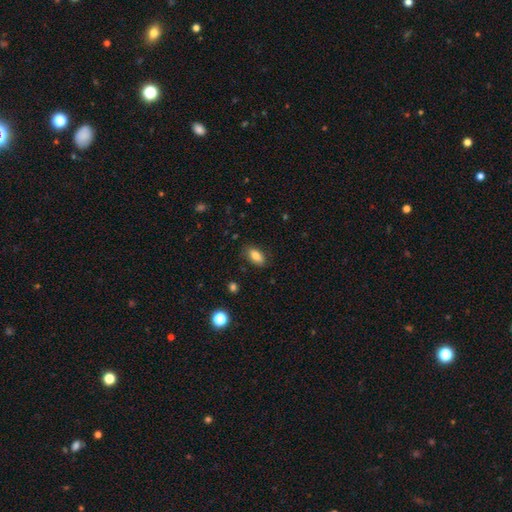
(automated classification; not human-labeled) The model was most divided on "merging": none: 83%, minor disturbance: 13%, major disturbance: 3%, merger: 1%. More confident: how rounded — in between (90%); smooth or featured — smooth (83%).